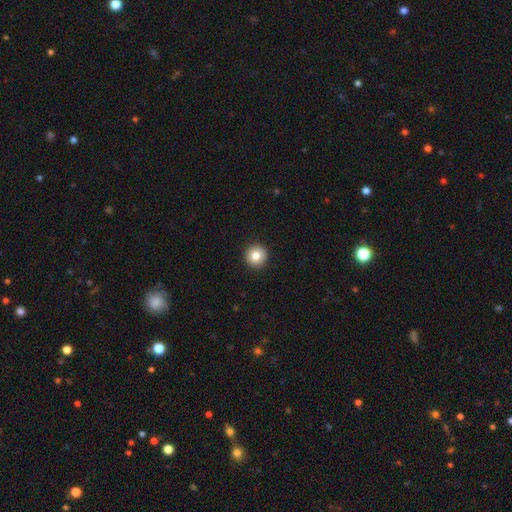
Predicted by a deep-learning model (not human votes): The model was most divided on "smooth or featured": smooth: 82%, star or artifact: 9%, featured or disk: 9%. More confident: how rounded — round (96%); merging — none (94%).